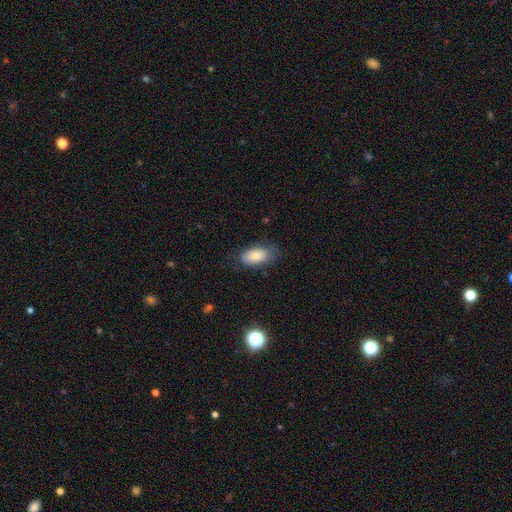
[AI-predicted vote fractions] Smooth or featured: smooth — 79% (featured or disk — 14%)
How rounded: in between — 93% (round — 4%)
Merging: none — 70% (minor disturbance — 21%)